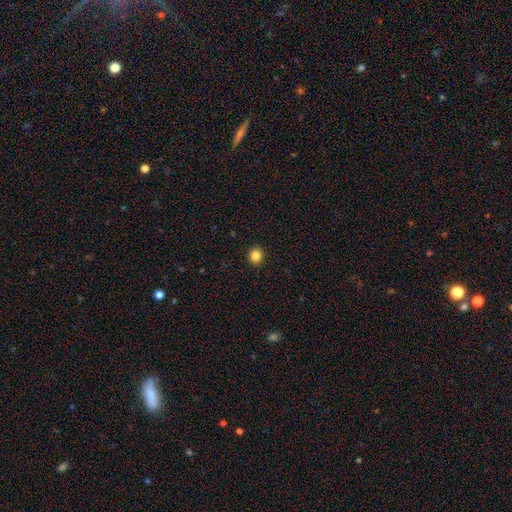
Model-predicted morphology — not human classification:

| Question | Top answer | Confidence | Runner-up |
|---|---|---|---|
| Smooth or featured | smooth | 85% | star or artifact (11%) |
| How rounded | round | 90% | in between (9%) |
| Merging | none | 93% | minor disturbance (5%) |